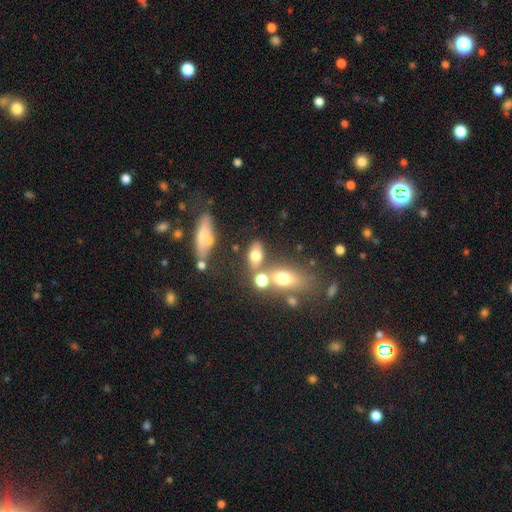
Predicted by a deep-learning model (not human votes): A smooth galaxy with no disk features (67%) that is in between round and cigar-shaped (76%). Merging: none (50%).